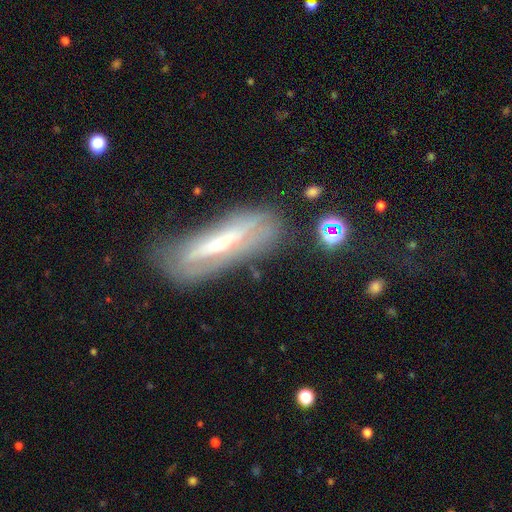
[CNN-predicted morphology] The model was most divided on "edge-on disk": yes: 51%, no: 49%. More confident: merging — none (65%); smooth or featured — featured or disk (60%).